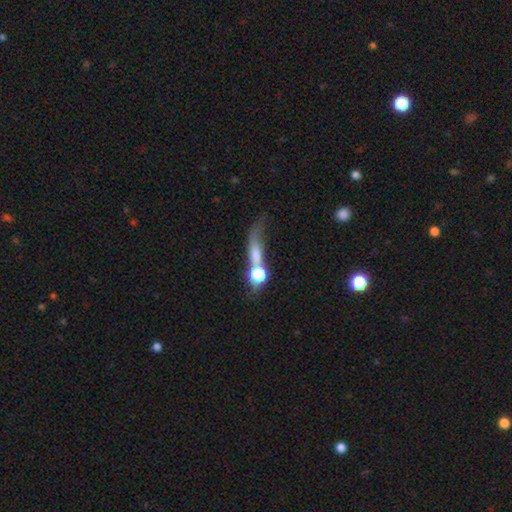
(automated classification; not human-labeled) This appears to be a smooth galaxy with no disk features (55%) that is cigar-shaped (39%). Merging: merger (44%).